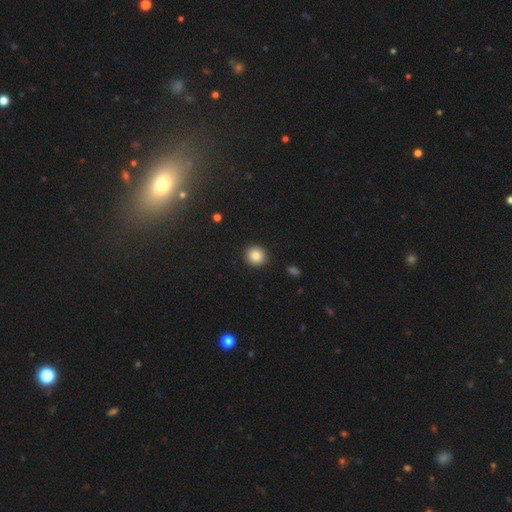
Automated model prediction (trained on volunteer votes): smooth-or-featured: smooth: 86% | star or artifact: 9% | featured or disk: 4%
  how-rounded: round: 90% | in between: 9% | cigar-shaped: 1%
  merging: none: 91% | minor disturbance: 6% | major disturbance: 2% | merger: 1%